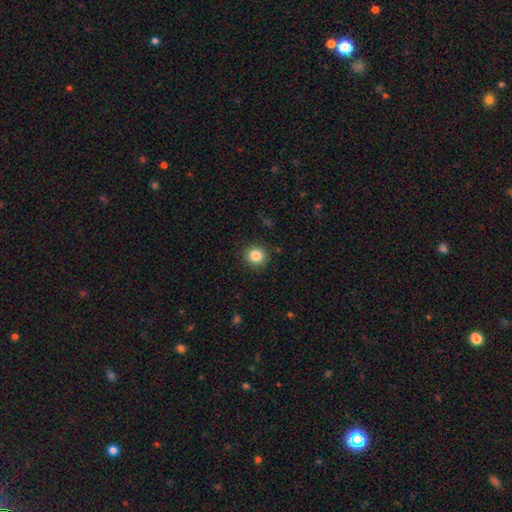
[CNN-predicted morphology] This is clearly a smooth galaxy (85%). How rounded: clearly round (88%). Merging: clearly none (89%).